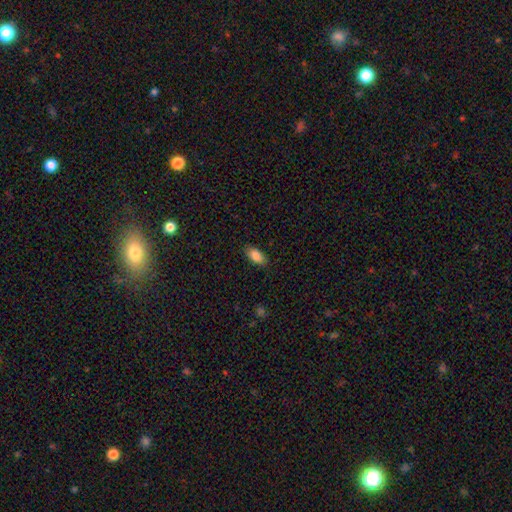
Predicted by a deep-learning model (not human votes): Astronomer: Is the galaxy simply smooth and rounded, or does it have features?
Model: smooth — 87%.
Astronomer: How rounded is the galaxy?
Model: in between — 90%.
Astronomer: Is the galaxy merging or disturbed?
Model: none — 85%.